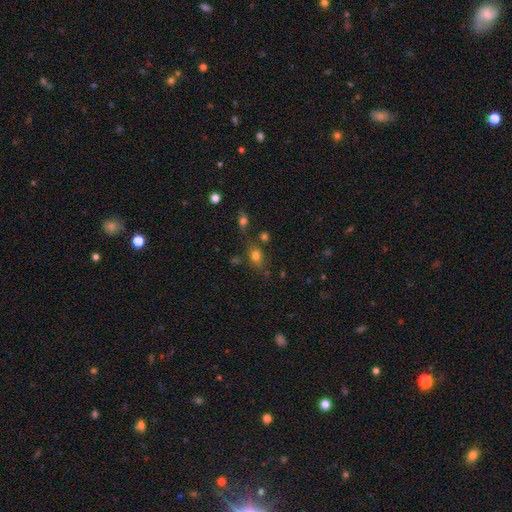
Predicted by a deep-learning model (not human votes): smooth-or-featured: smooth: 75% | star or artifact: 14% | featured or disk: 10%
  how-rounded: in between: 61% | round: 36% | cigar-shaped: 3%
  merging: none: 57% | merger: 19% | minor disturbance: 16% | major disturbance: 8%